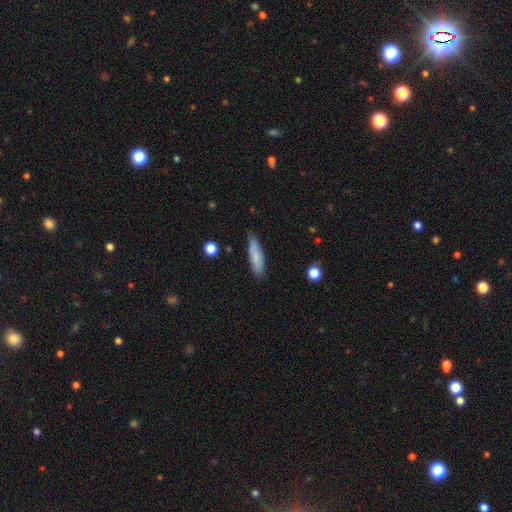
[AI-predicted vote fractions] Smooth or featured: smooth — 78% (featured or disk — 16%)
How rounded: cigar-shaped — 68% (in between — 30%)
Merging: none — 82% (minor disturbance — 15%)